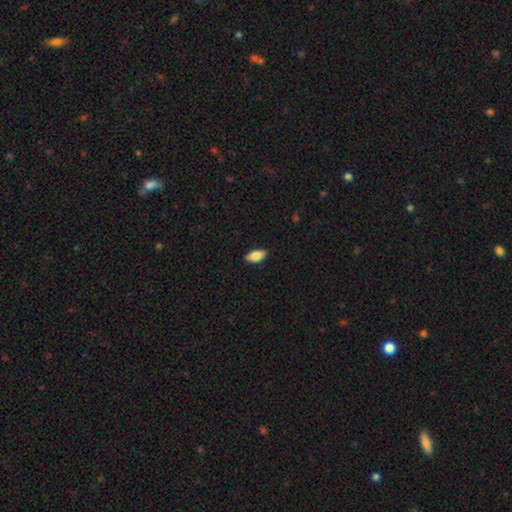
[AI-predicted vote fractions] Smooth or featured? Predicted: smooth (p=0.84). How rounded? Predicted: in between (p=0.89). Merging? Predicted: none (p=0.89).